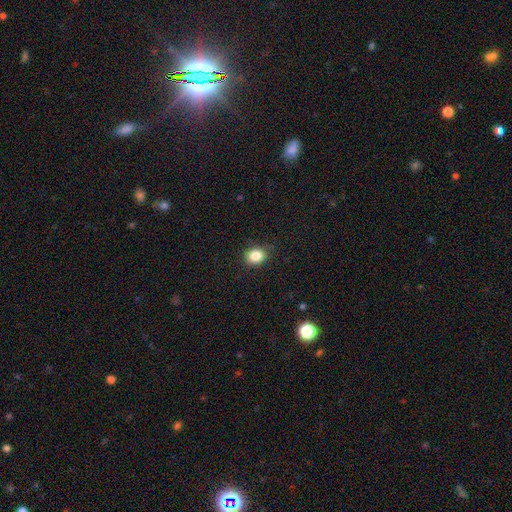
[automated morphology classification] type=smooth (85%); roundness=round (60%); merging=none (86%).